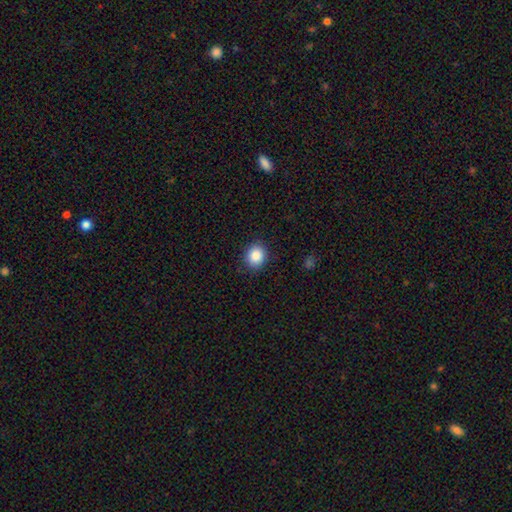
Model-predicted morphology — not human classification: Smooth or featured? Predicted: smooth (p=0.87). How rounded? Predicted: round (p=0.74). Merging? Predicted: none (p=0.89).